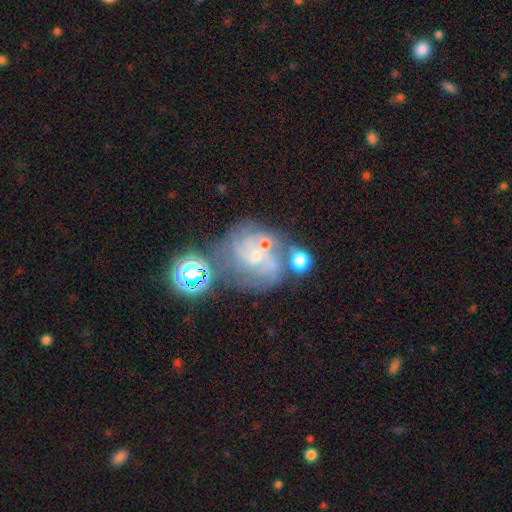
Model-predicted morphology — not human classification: smooth-or-featured: featured or disk: 70% | star or artifact: 17% | smooth: 13%
  disk-edge-on: no: 98% | yes: 2%
    bar: no: 67% | weak: 27% | strong: 6%
    has-spiral-arms: yes: 90% | no: 10%
      spiral-winding: tight: 47% | medium: 39% | loose: 14%
      spiral-arm-count: can't tell: 32% | 3: 23% | 2: 18% | 4: 14% | more than 4: 8% | 1: 6%
    bulge-size: small: 70% | moderate: 20% | none: 7% | large: 2% | dominant: 1%
  merging: none: 53% | minor disturbance: 18% | merger: 15% | major disturbance: 14%